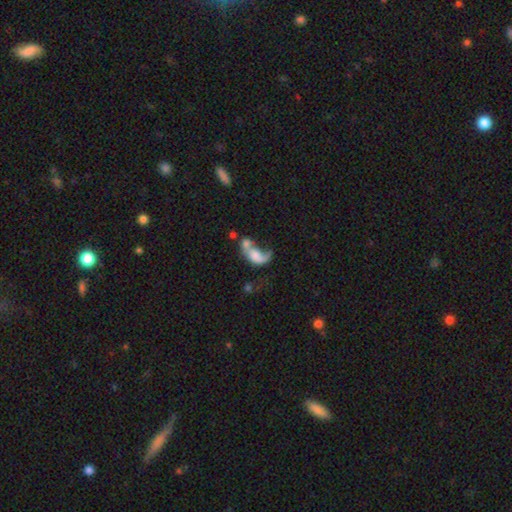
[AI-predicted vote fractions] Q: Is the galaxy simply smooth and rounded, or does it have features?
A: smooth — 48%.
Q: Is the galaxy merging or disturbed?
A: merger — 53%.